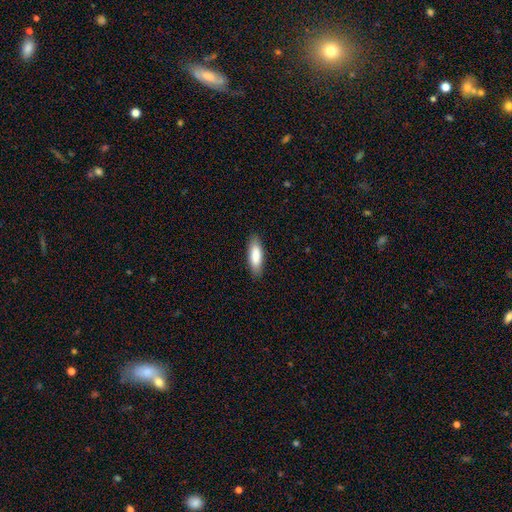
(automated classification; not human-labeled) Overall: smooth (84%). How rounded: in between (57%; cigar-shaped 42%). Merging: none (87%).